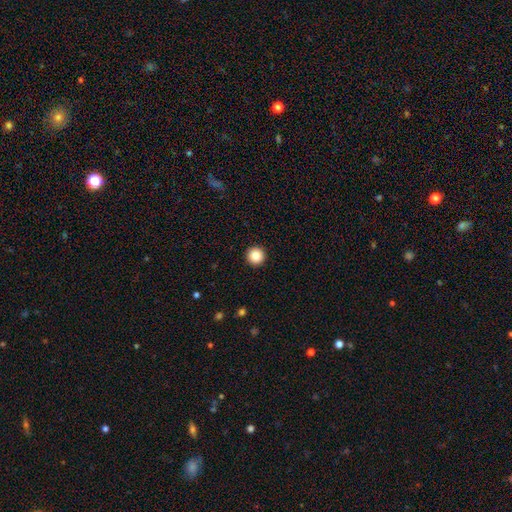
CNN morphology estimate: smooth-or-featured: smooth: 85% | star or artifact: 10% | featured or disk: 5%
  how-rounded: round: 97% | in between: 2% | cigar-shaped: 1%
  merging: none: 94% | minor disturbance: 4% | major disturbance: 1% | merger: 1%